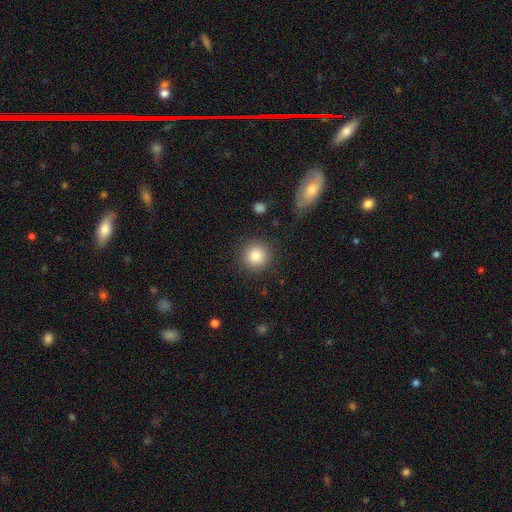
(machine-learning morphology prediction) This appears to be a smooth galaxy with no disk features (85%) that is round (94%). Merging: none (89%).